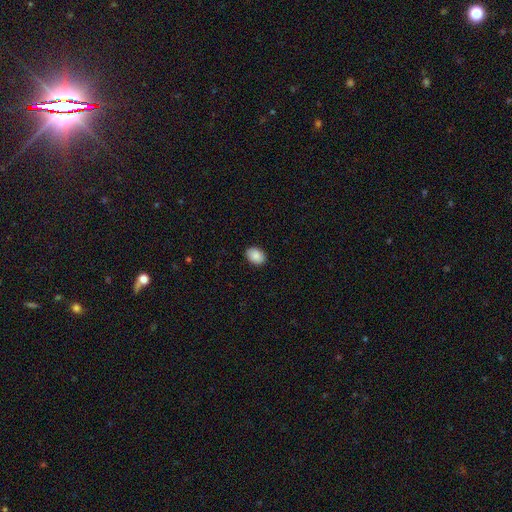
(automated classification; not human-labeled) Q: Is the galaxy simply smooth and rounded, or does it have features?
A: smooth — 89%.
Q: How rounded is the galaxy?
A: in between — 74%.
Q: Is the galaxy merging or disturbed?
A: none — 90%.